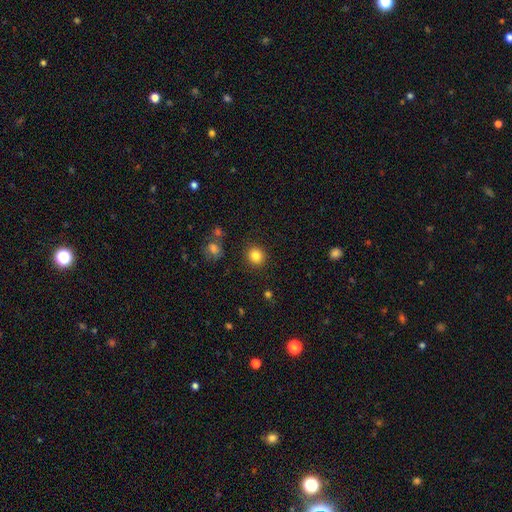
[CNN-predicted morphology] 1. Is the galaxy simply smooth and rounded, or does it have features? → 83% smooth, 11% star or artifact, 5% featured or disk.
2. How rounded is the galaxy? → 86% round, 13% in between, 1% cigar-shaped.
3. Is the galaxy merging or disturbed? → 89% none, 7% minor disturbance, 2% major disturbance, 2% merger.